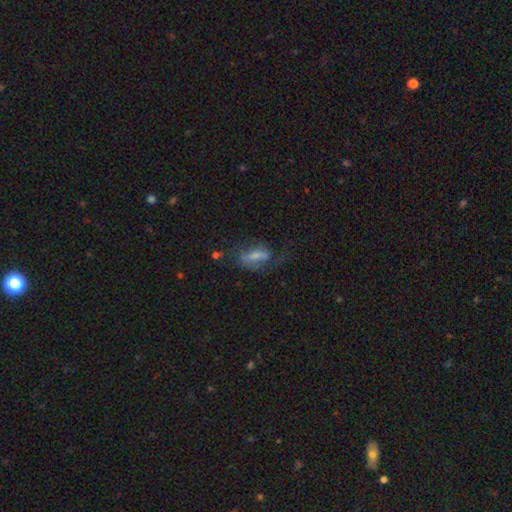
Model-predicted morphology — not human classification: smooth_or_featured: featured or disk (p=0.48) [alt: smooth p=0.38]
merging: none (p=0.50) [alt: major disturbance p=0.24]